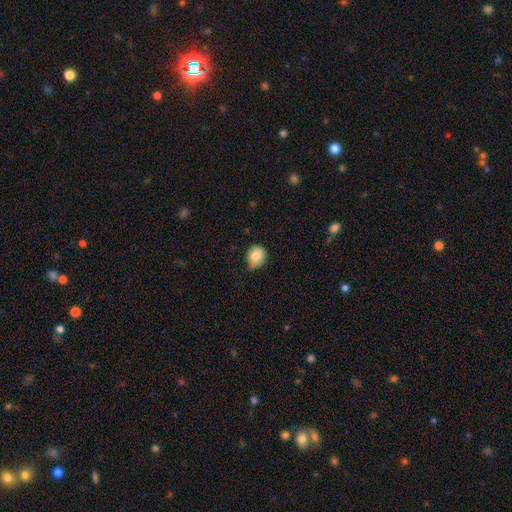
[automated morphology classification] type=smooth (78%); roundness=round (68%); merging=none (56%).